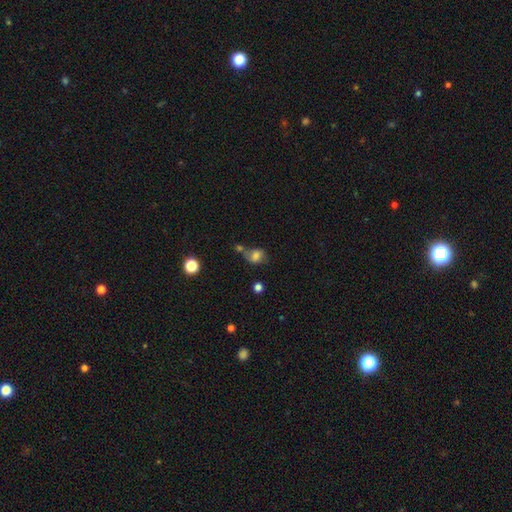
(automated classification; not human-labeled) This is likely a smooth galaxy (69%). How rounded: possibly in between (56%). Merging: marginally none (41%).